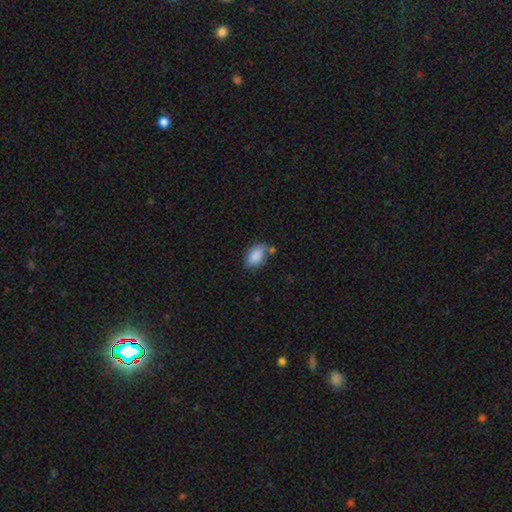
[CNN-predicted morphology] Smooth or featured?
  - smooth: 86% *
  - star or artifact: 7%
  - featured or disk: 6%
How rounded?
  - in between: 91% *
  - round: 7%
  - cigar-shaped: 2%
Merging?
  - none: 59% *
  - minor disturbance: 25%
  - merger: 10%
  - major disturbance: 6%